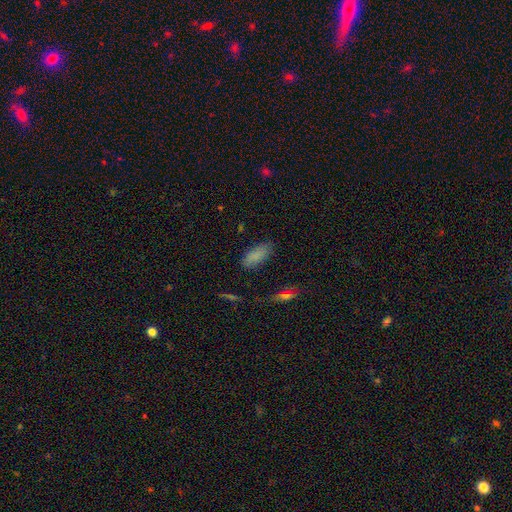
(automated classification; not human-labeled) Q: Smooth or featured?
A: smooth (85%); runner-up: star or artifact (9%)
Q: How rounded?
A: in between (86%); runner-up: cigar-shaped (12%)
Q: Merging?
A: none (76%); runner-up: minor disturbance (18%)